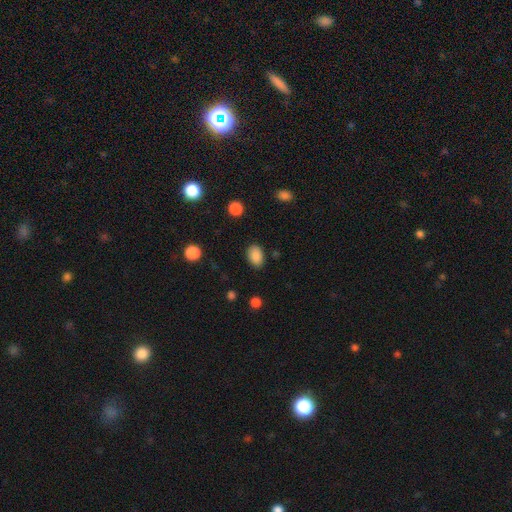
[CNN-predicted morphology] Overall: smooth (87%). How rounded: in between (83%). Merging: none (85%).